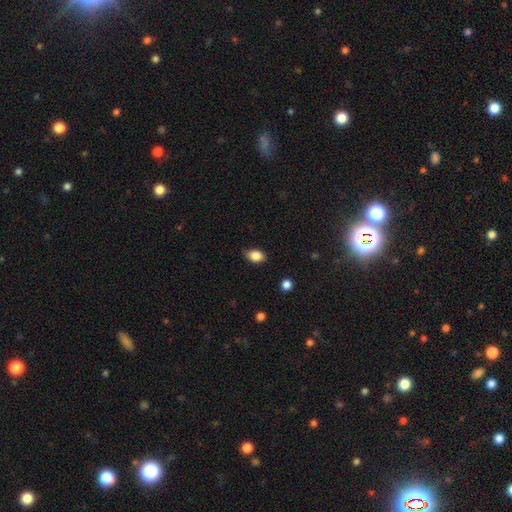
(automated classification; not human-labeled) Smooth or featured?
  - smooth: 85% *
  - star or artifact: 9%
  - featured or disk: 6%
How rounded?
  - in between: 80% *
  - round: 19%
  - cigar-shaped: 2%
Merging?
  - none: 71% *
  - minor disturbance: 24%
  - major disturbance: 4%
  - merger: 1%